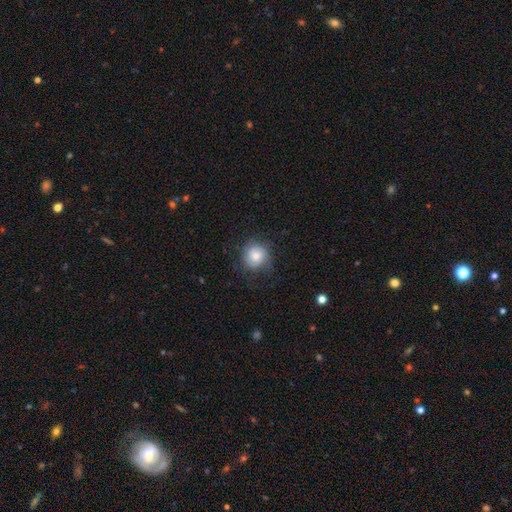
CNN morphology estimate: type=smooth (60%); roundness=round (84%); merging=none (64%).